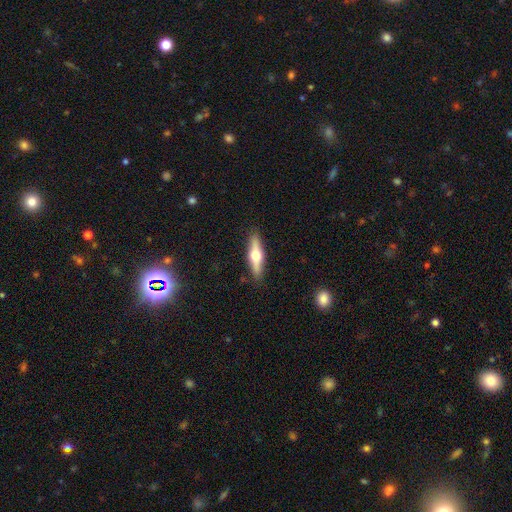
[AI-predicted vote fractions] Smooth or featured? Predicted: featured or disk (p=0.55). Edge-on disk? Predicted: yes (p=0.93). Edge-on bulge? Predicted: rounded (p=0.95). Merging? Predicted: none (p=0.88).